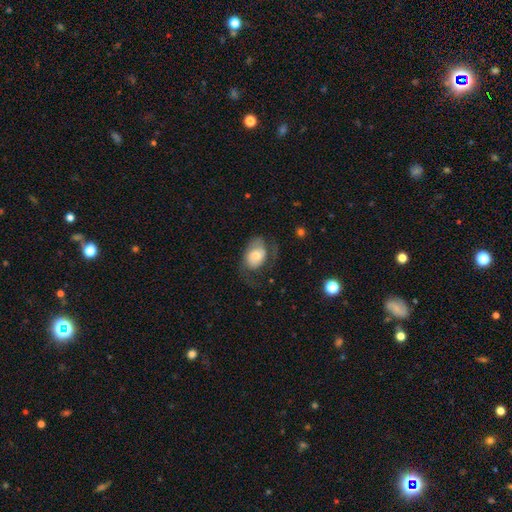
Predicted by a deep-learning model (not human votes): Smooth or featured? Predicted: smooth (p=0.54). How rounded? Predicted: in between (p=0.79). Merging? Predicted: none (p=0.41).